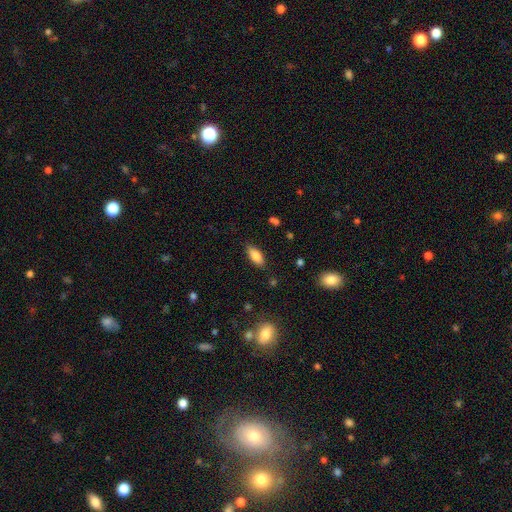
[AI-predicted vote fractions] Overall: smooth (81%). How rounded: in between (79%). Merging: none (85%).